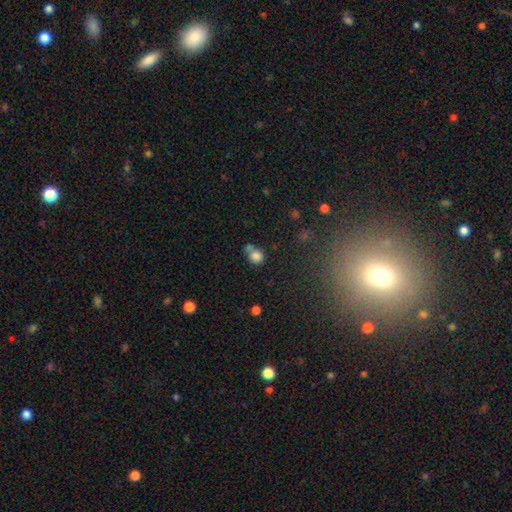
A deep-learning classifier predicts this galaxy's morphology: The model was most divided on "merging": none: 47%, merger: 32%, minor disturbance: 15%, major disturbance: 6%. More confident: smooth or featured — smooth (81%); how rounded — round (76%).